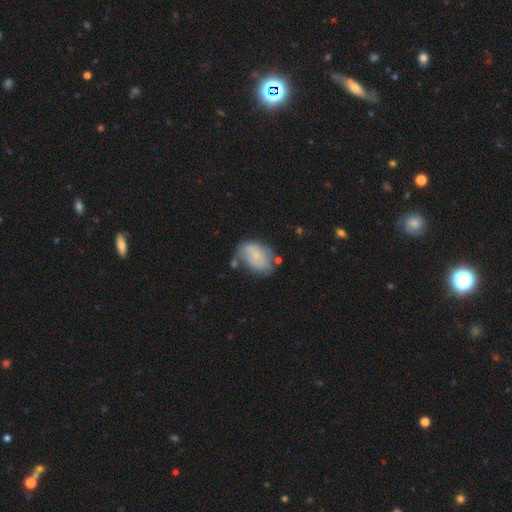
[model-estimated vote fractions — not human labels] smooth_or_featured: smooth (p=0.57) [alt: featured or disk p=0.36]
how_rounded: in between (p=0.86) [alt: round p=0.13]
merging: none (p=0.43) [alt: minor disturbance p=0.31]